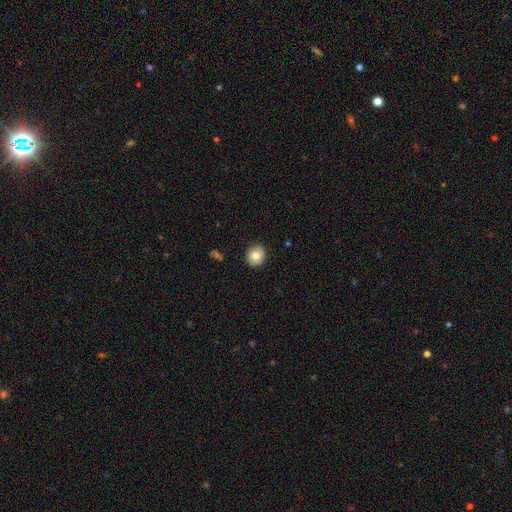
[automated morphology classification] A smooth galaxy with no disk features (80%) that is round (78%).

Vote fractions:
- Smooth or featured? smooth: 80% / featured or disk: 12% / star or artifact: 9%
- How rounded? round: 78% / in between: 21% / cigar-shaped: 1%
- Merging? none: 88% / minor disturbance: 9% / major disturbance: 2% / merger: 1%